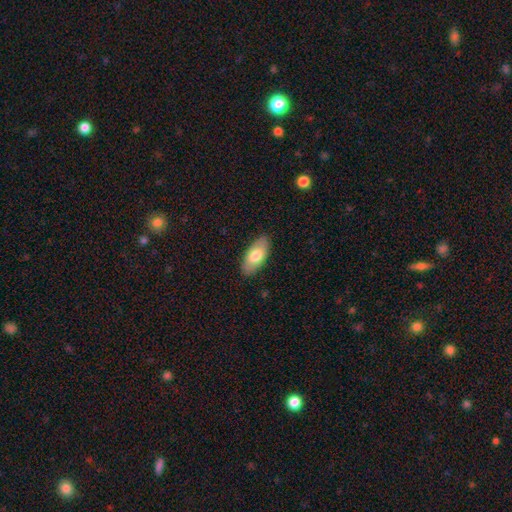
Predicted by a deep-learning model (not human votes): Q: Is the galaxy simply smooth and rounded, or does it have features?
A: smooth — 72%.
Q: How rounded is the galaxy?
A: in between — 91%.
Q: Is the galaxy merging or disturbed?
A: none — 87%.